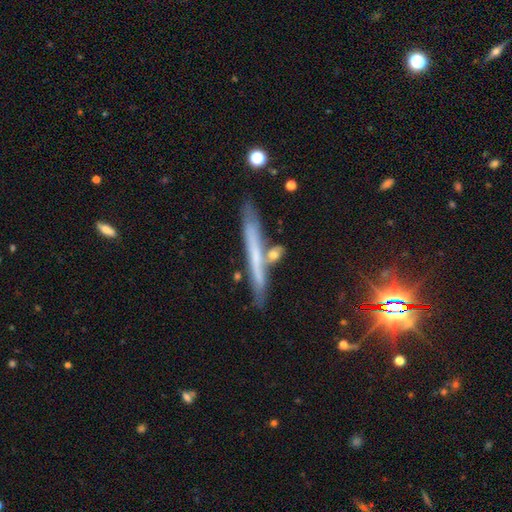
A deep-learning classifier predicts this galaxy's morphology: type=featured or disk (46%); merging=none (76%).